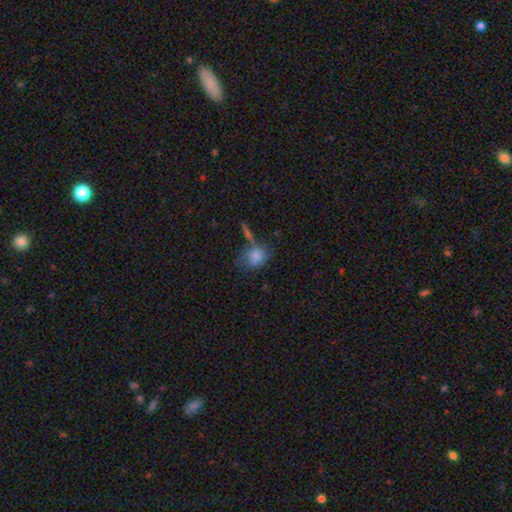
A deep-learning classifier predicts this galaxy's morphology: smooth_or_featured: smooth (p=0.79) [alt: featured or disk p=0.12]
how_rounded: in between (p=0.58) [alt: round p=0.40]
merging: none (p=0.43) [alt: minor disturbance p=0.22]